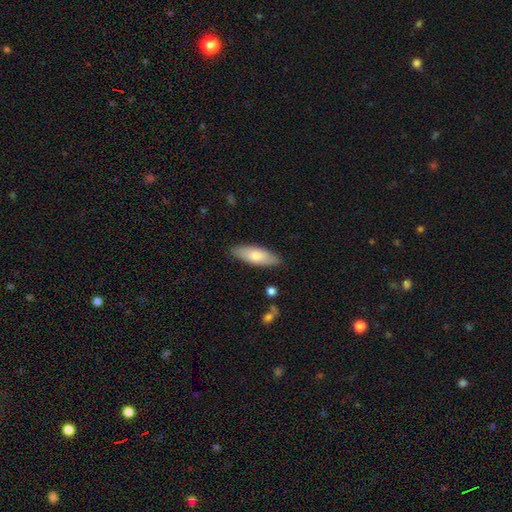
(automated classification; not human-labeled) Overall: smooth (76%). How rounded: in between (60%; cigar-shaped 38%). Merging: none (87%).